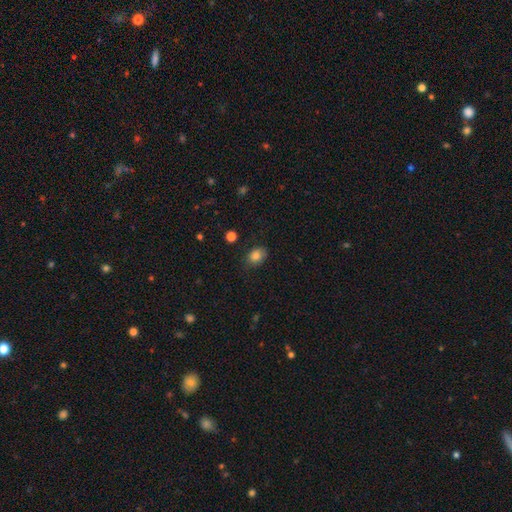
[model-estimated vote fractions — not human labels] Smooth or featured? smooth (84%)
How rounded? in between (64%)
Merging? none (78%)